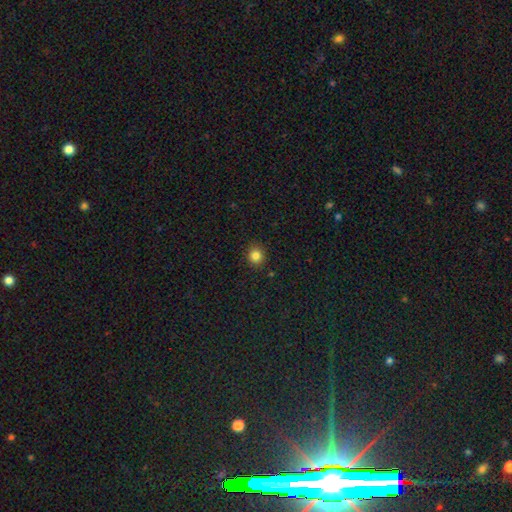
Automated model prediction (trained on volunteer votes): The model was most divided on "how rounded": round: 80%, in between: 19%, cigar-shaped: 1%. More confident: merging — none (89%); smooth or featured — smooth (83%).